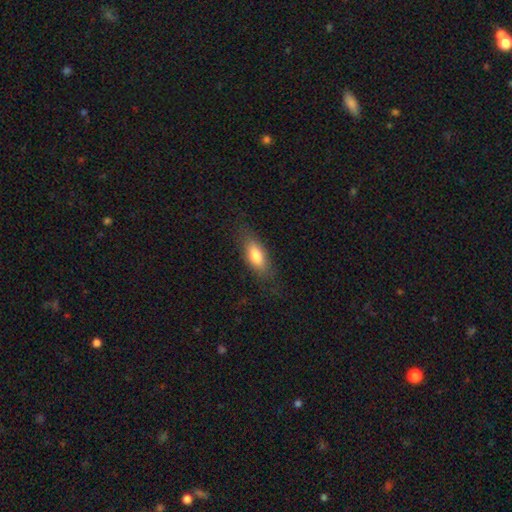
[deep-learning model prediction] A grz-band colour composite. It shows a smooth galaxy with no disk features (75%) that is in between round and cigar-shaped (74%). Merging: none (77%).